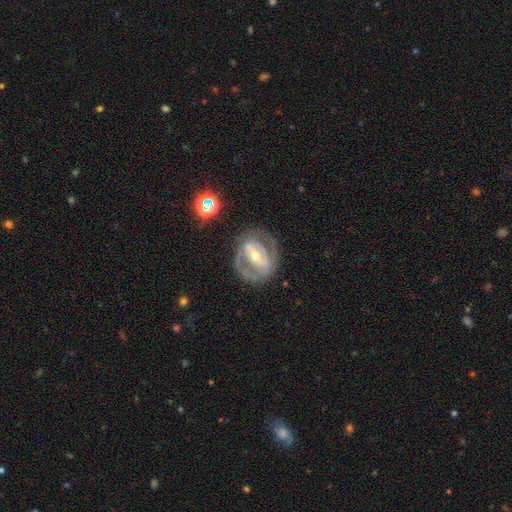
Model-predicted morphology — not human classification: smooth_or_featured: featured or disk (p=0.80) [alt: smooth p=0.14]
disk_edge_on: no (p=0.95) [alt: yes p=0.05]
bar: strong (p=0.50) [alt: weak p=0.29]
has_spiral_arms: yes (p=0.63) [alt: no p=0.37]
bulge_size: moderate (p=0.56) [alt: small p=0.39]
merging: none (p=0.71) [alt: minor disturbance p=0.15]